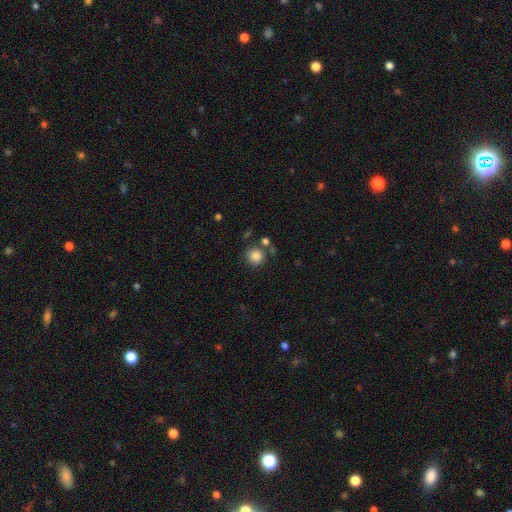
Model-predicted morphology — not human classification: A smooth galaxy with no disk features (85%) that is round (91%).

Vote fractions:
- Smooth or featured? smooth: 85% / star or artifact: 10% / featured or disk: 5%
- How rounded? round: 91% / in between: 8% / cigar-shaped: 1%
- Merging? none: 74% / minor disturbance: 11% / merger: 11% / major disturbance: 4%